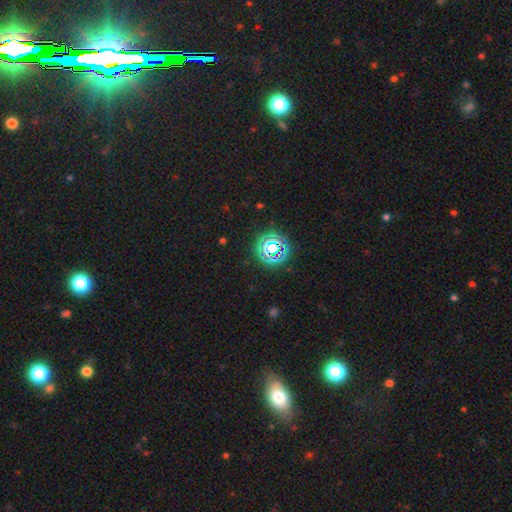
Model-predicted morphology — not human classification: smooth-or-featured: star or artifact: 44% (tied) | smooth: 44% (tied) | featured or disk: 12%